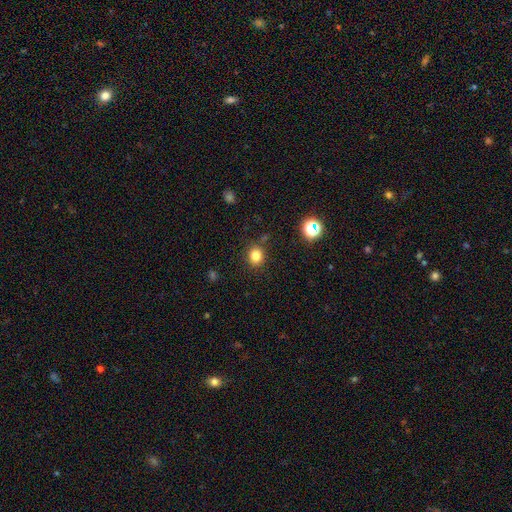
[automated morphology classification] A smooth galaxy with no disk features (81%) that is round (76%).

Vote fractions:
- Smooth or featured? smooth: 81% / star or artifact: 14% / featured or disk: 6%
- How rounded? round: 76% / in between: 23% / cigar-shaped: 1%
- Merging? none: 86% / minor disturbance: 9% / merger: 3% / major disturbance: 3%